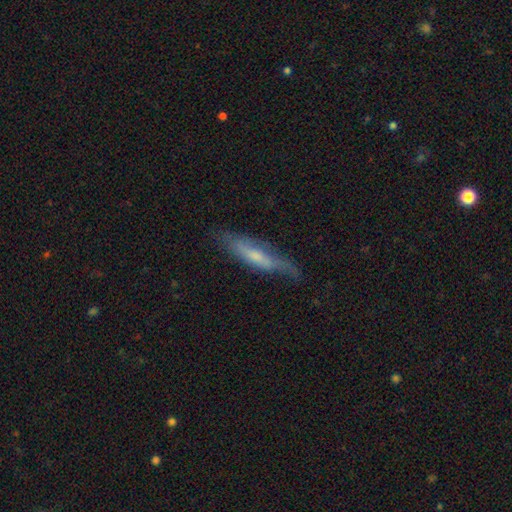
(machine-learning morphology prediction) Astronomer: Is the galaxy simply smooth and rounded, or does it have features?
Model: featured or disk — 50% (runner-up: smooth, 43%).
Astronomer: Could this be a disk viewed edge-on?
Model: yes — 63%.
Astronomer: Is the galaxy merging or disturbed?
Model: none — 60%.